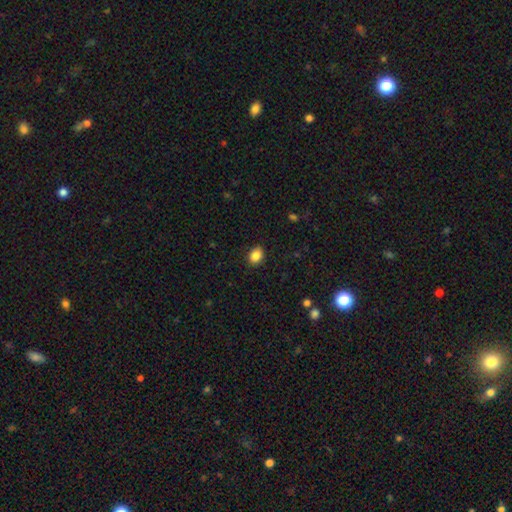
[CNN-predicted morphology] smooth 87%, star or artifact 9%, featured or disk 4%. Down the decision tree: how rounded — in between (68%); merging — none (87%).